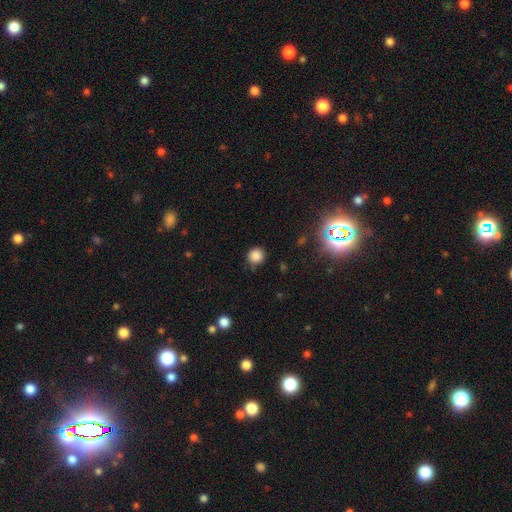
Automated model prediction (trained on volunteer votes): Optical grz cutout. It shows a smooth galaxy with no disk features (82%) that is round (90%). Merging: none (81%).